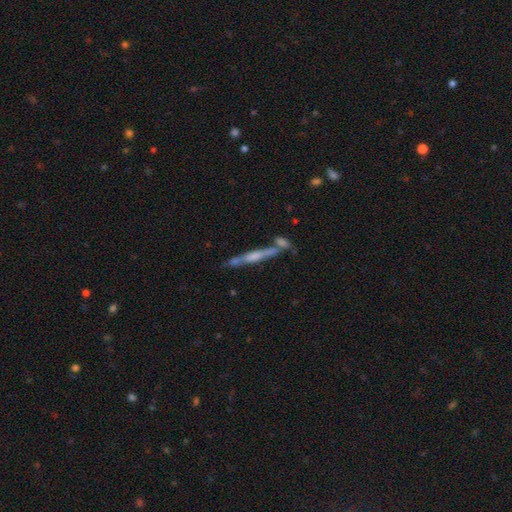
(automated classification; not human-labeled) Q: Smooth or featured?
A: featured or disk (61%); runner-up: smooth (31%)
Q: Edge-on disk?
A: yes (91%); runner-up: no (9%)
Q: Edge-on bulge?
A: rounded (41%); runner-up: none (35%)
Q: Merging?
A: none (60%); runner-up: merger (21%)